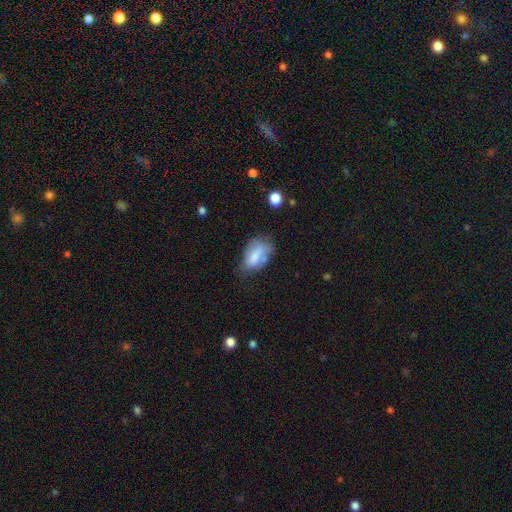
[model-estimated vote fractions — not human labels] Smooth or featured?
  - smooth: 71% *
  - featured or disk: 21%
  - star or artifact: 9%
How rounded?
  - in between: 90% *
  - round: 8%
  - cigar-shaped: 2%
Merging?
  - none: 41% *
  - minor disturbance: 34%
  - major disturbance: 15%
  - merger: 9%